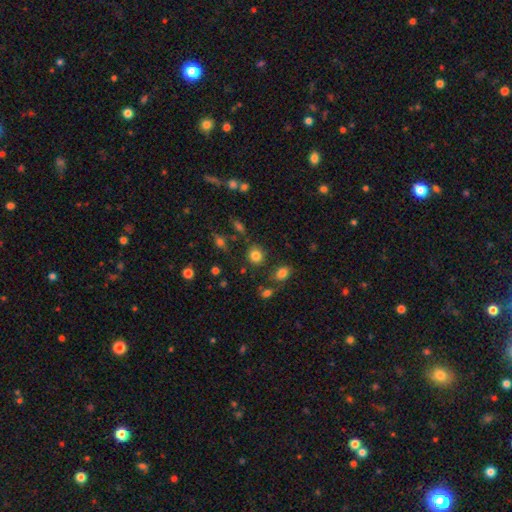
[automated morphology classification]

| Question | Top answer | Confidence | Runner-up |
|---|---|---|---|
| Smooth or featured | smooth | 83% | star or artifact (12%) |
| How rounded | round | 79% | in between (20%) |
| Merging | none | 82% | minor disturbance (10%) |